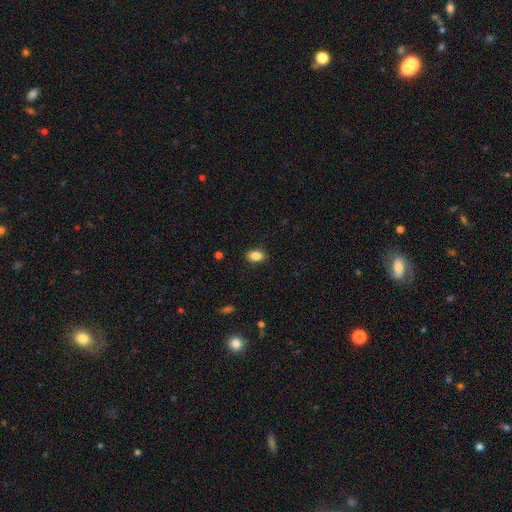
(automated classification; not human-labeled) Morphology: type=smooth (87%); roundness=in between (86%); merging=none (88%).